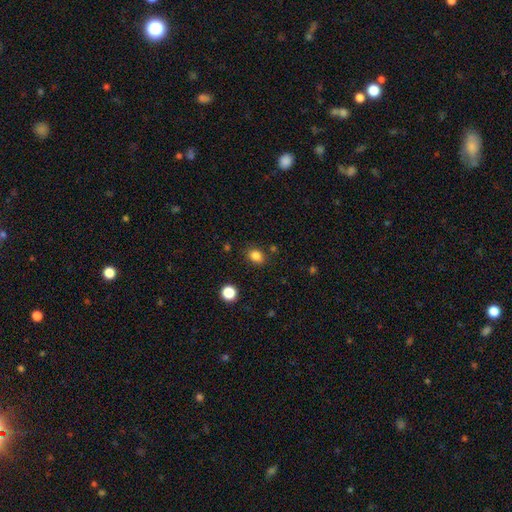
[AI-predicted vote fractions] A smooth galaxy with no disk features (83%) that is in between round and cigar-shaped (63%).

Vote fractions:
- Smooth or featured? smooth: 83% / star or artifact: 12% / featured or disk: 5%
- How rounded? in between: 63% / round: 36% / cigar-shaped: 1%
- Merging? none: 79% / minor disturbance: 13% / merger: 4% / major disturbance: 3%